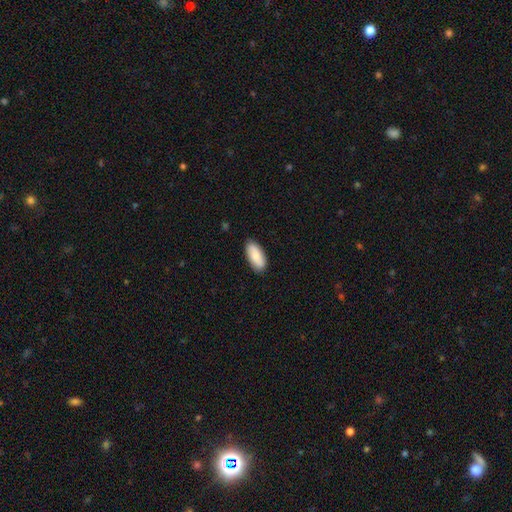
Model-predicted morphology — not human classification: Smooth or featured?
  - smooth: 81% *
  - featured or disk: 14%
  - star or artifact: 6%
How rounded?
  - in between: 88% *
  - cigar-shaped: 10%
  - round: 2%
Merging?
  - none: 86% *
  - minor disturbance: 11%
  - major disturbance: 2%
  - merger: 1%